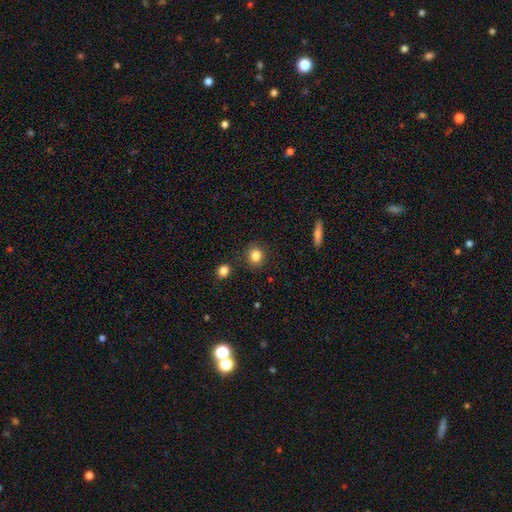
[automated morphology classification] Overall: smooth (84%). How rounded: round (82%). Merging: none (85%).